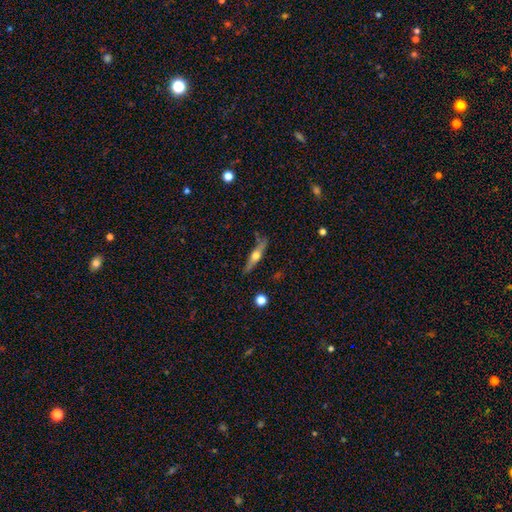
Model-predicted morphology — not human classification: Smooth or featured?
  - featured or disk: 62% *
  - smooth: 32%
  - star or artifact: 6%
Edge-on disk?
  - yes: 95% *
  - no: 5%
Edge-on bulge?
  - rounded: 94% *
  - none: 3%
  - boxy: 3%
Merging?
  - none: 81% *
  - minor disturbance: 13%
  - merger: 3%
  - major disturbance: 3%